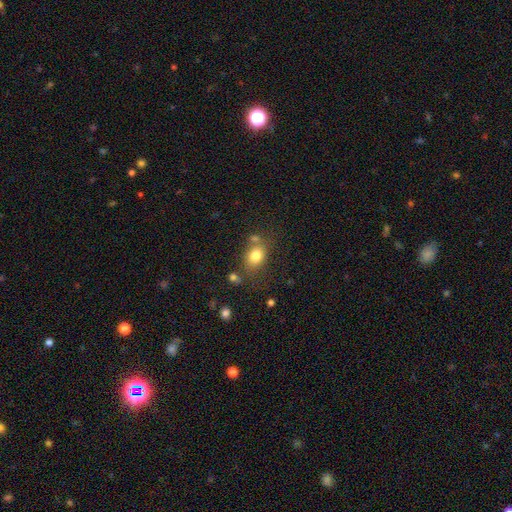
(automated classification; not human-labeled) Morphology: type=smooth (79%); roundness=in between (64%); merging=none (64%).